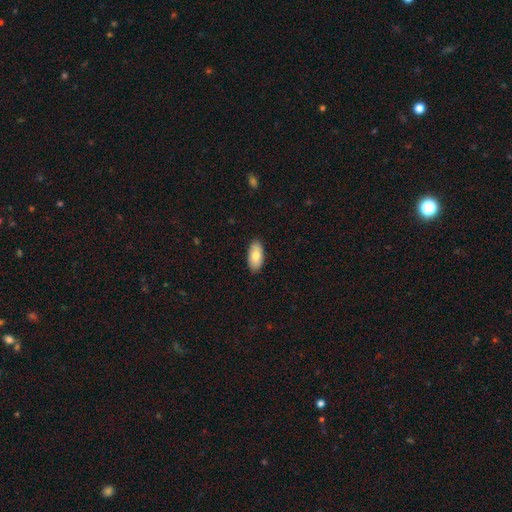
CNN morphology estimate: Smooth or featured?
  - smooth: 79% *
  - featured or disk: 15%
  - star or artifact: 6%
How rounded?
  - in between: 93% *
  - cigar-shaped: 5%
  - round: 2%
Merging?
  - none: 89% *
  - minor disturbance: 8%
  - major disturbance: 2%
  - merger: 1%